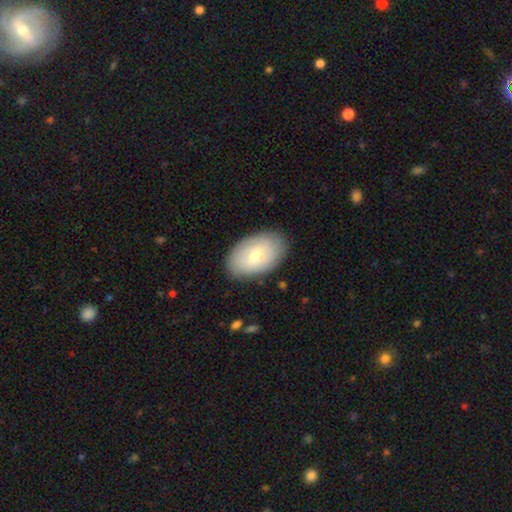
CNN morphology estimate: Overall: smooth (64%; featured or disk 30%). How rounded: in between (92%). Merging: none (83%).